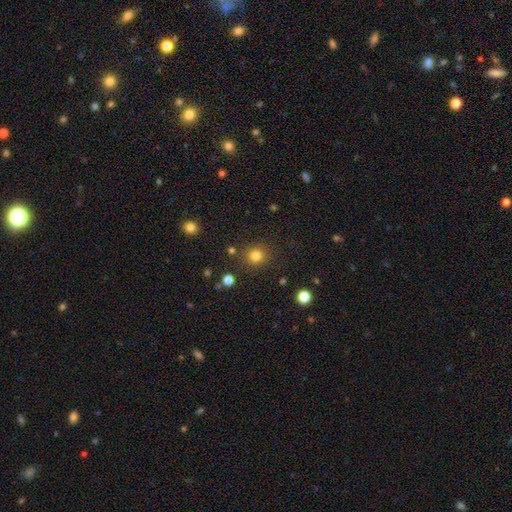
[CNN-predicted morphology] type=smooth (81%); roundness=round (91%); merging=none (88%).